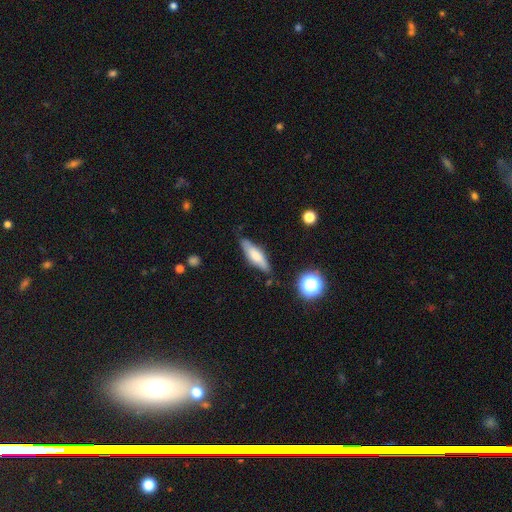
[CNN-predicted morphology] Smooth or featured? smooth (59%)
How rounded? cigar-shaped (55%)
Merging? none (78%)